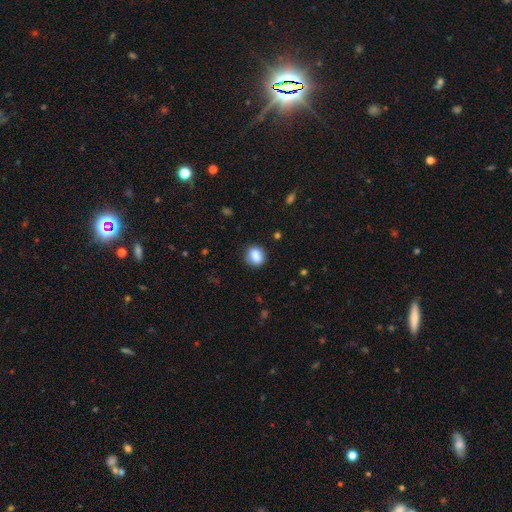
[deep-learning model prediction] A smooth galaxy with no disk features (86%) that is round (58%).

Vote fractions:
- Smooth or featured? smooth: 86% / star or artifact: 8% / featured or disk: 6%
- How rounded? round: 58% / in between: 41% / cigar-shaped: 1%
- Merging? none: 84% / minor disturbance: 12% / major disturbance: 3% / merger: 1%